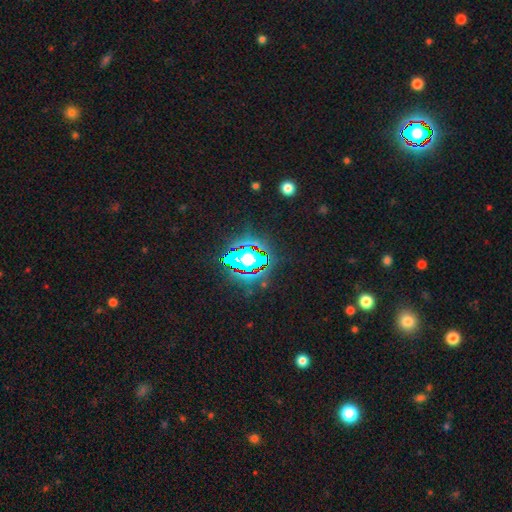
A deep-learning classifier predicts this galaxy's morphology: star or artifact 84%, smooth 9%, featured or disk 6%.